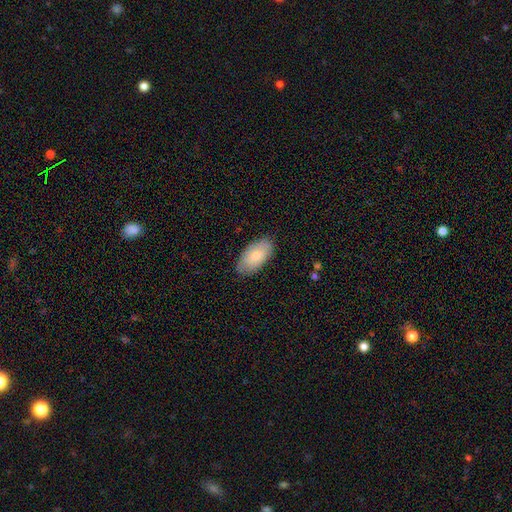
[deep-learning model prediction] smooth_or_featured: smooth (p=0.81) [alt: featured or disk p=0.13]
how_rounded: in between (p=0.95) [alt: cigar-shaped p=0.02]
merging: none (p=0.82) [alt: minor disturbance p=0.14]